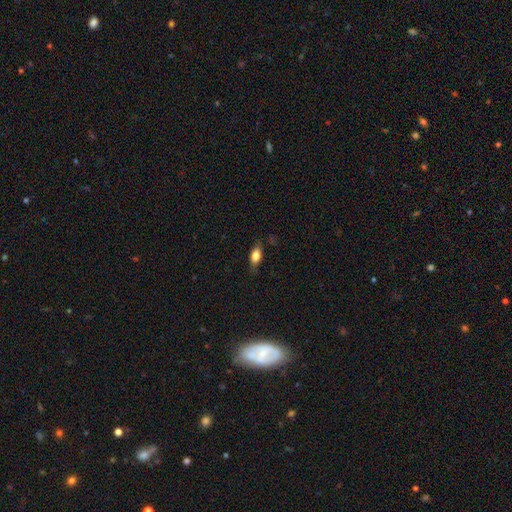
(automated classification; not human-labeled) Morphology: type=smooth (76%); roundness=in between (80%); merging=none (77%).